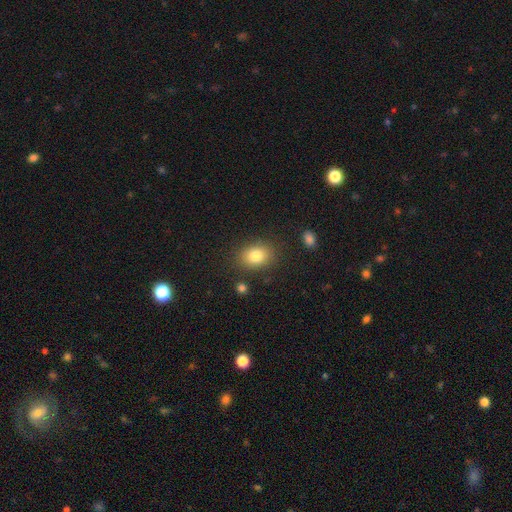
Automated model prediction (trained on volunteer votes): Q: Smooth or featured?
A: smooth (82%); runner-up: star or artifact (10%)
Q: How rounded?
A: in between (64%); runner-up: round (35%)
Q: Merging?
A: none (83%); runner-up: minor disturbance (11%)